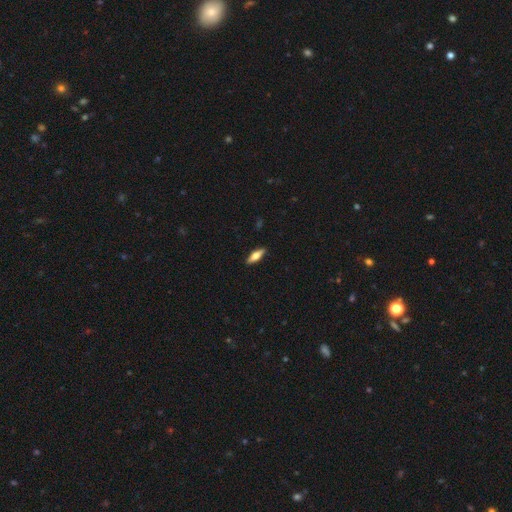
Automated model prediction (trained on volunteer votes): The model was most divided on "how rounded": in between: 51%, cigar-shaped: 47%, round: 3%. More confident: merging — none (90%); smooth or featured — smooth (56%).